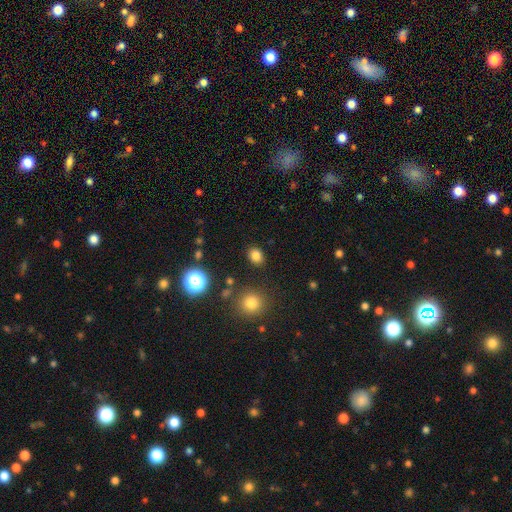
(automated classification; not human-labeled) smooth_or_featured: smooth (p=0.80) [alt: star or artifact p=0.15]
how_rounded: in between (p=0.53) [alt: round p=0.46]
merging: none (p=0.86) [alt: minor disturbance p=0.09]